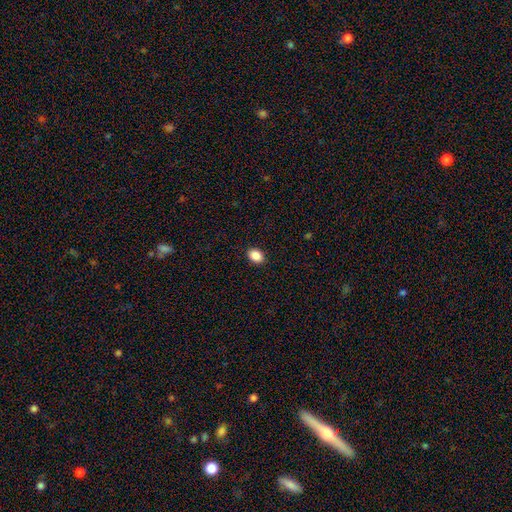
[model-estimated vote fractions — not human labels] Smooth or featured? smooth (89%)
How rounded? in between (74%)
Merging? none (91%)